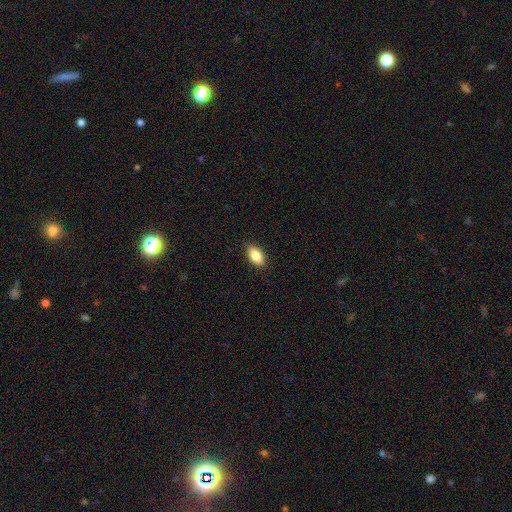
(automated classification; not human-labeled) smooth_or_featured: smooth (p=0.86) [alt: star or artifact p=0.07]
how_rounded: in between (p=0.92) [alt: round p=0.04]
merging: none (p=0.90) [alt: minor disturbance p=0.07]